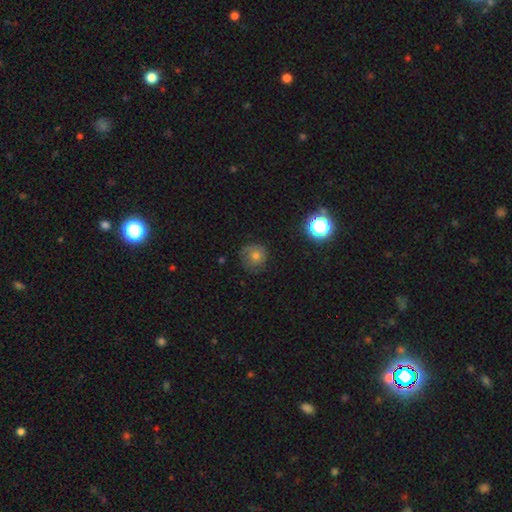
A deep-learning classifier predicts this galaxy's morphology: Smooth or featured: smooth — 65% (featured or disk — 20%)
How rounded: round — 90% (in between — 9%)
Merging: none — 73% (minor disturbance — 19%)